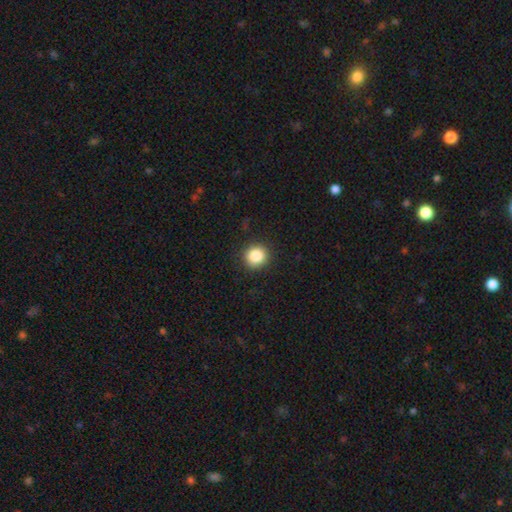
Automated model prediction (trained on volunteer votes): Smooth or featured? Predicted: smooth (p=0.86). How rounded? Predicted: round (p=0.90). Merging? Predicted: none (p=0.90).